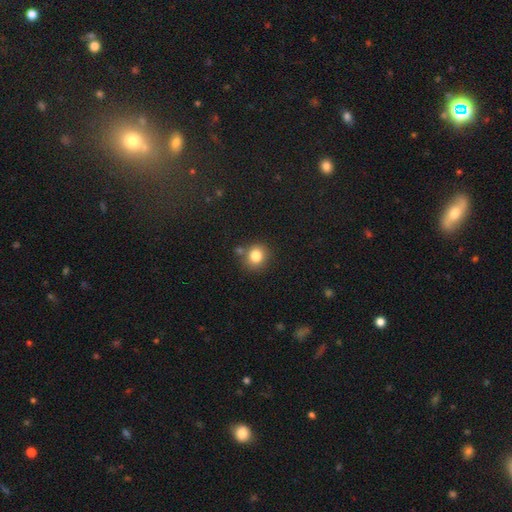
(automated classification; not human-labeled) Overall: smooth (82%). How rounded: round (83%). Merging: none (74%).